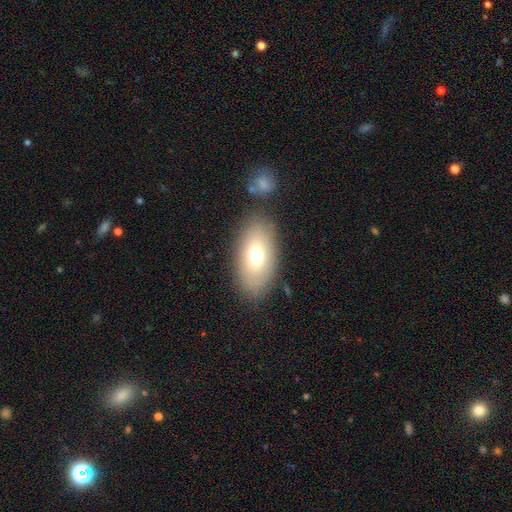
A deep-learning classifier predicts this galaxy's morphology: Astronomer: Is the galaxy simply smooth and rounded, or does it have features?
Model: smooth — 70%.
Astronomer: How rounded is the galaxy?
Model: in between — 91%.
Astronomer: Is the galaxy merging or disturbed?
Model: none — 80%.